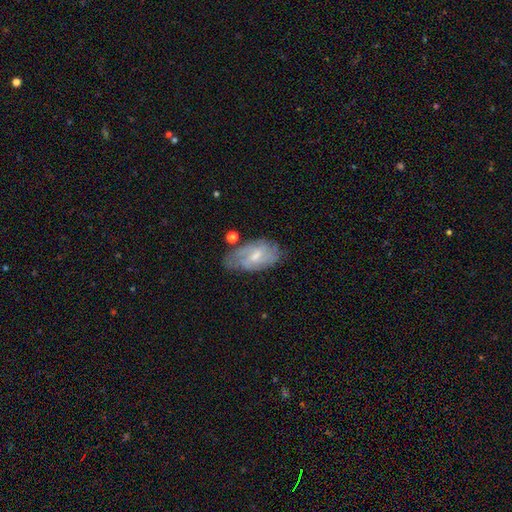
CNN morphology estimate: Smooth or featured? Predicted: featured or disk (p=0.68). Edge-on disk? Predicted: no (p=0.94). Bar? Predicted: weak (p=0.56). Spiral arms? Predicted: yes (p=0.83). Spiral winding? Predicted: medium (p=0.42). Spiral arm count? Predicted: 2 (p=0.39). Bulge size? Predicted: small (p=0.50). Merging? Predicted: none (p=0.59).